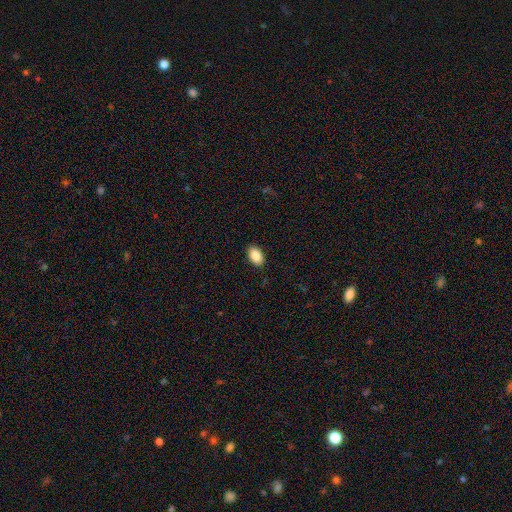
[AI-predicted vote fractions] Smooth or featured? Predicted: smooth (p=0.89). How rounded? Predicted: in between (p=0.92). Merging? Predicted: none (p=0.89).